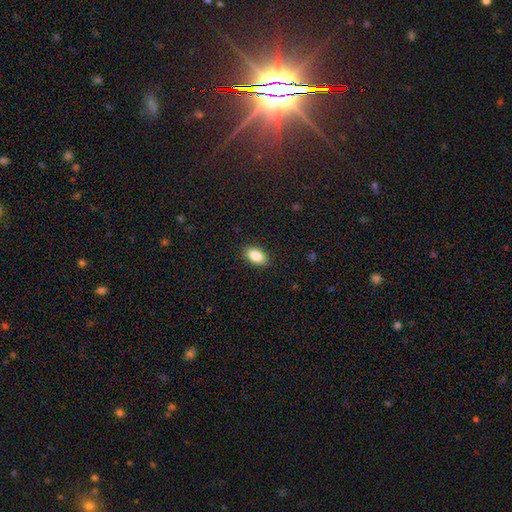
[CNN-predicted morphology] A smooth galaxy with no disk features (87%) that is in between round and cigar-shaped (92%).

Vote fractions:
- Smooth or featured? smooth: 87% / star or artifact: 7% / featured or disk: 6%
- How rounded? in between: 92% / round: 4% / cigar-shaped: 3%
- Merging? none: 89% / minor disturbance: 8% / major disturbance: 2% / merger: 1%